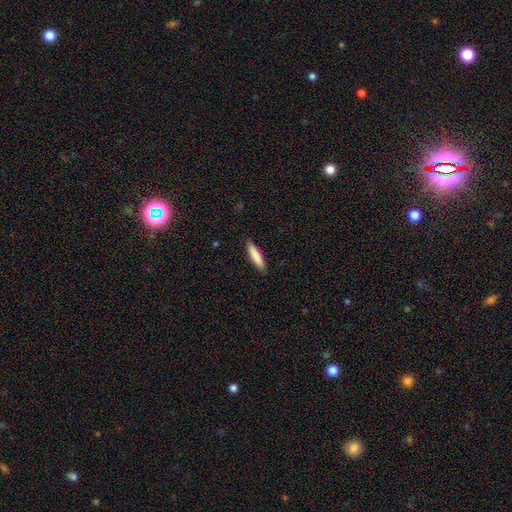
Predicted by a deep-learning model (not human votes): This appears to be a smooth galaxy with no disk features (86%) that is cigar-shaped (76%). Merging: none (89%).